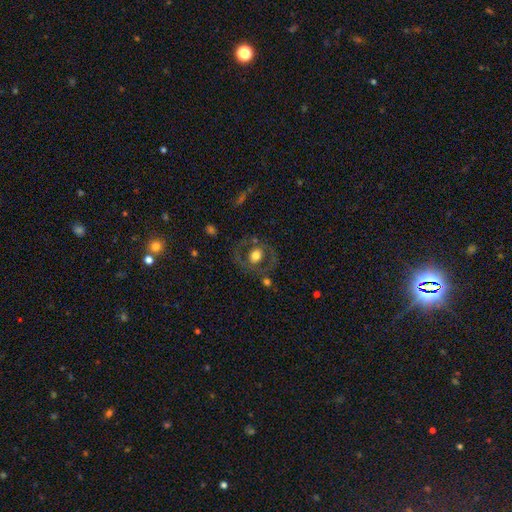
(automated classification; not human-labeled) smooth 46% (tied), featured or disk 46% (tied), star or artifact 8%. Down the decision tree: merging — none (73%).